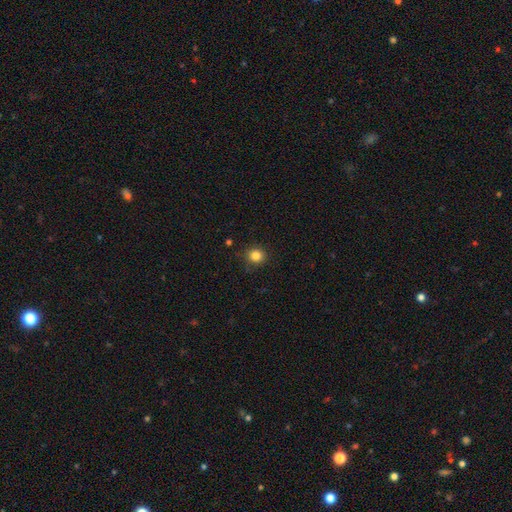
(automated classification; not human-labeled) smooth 84%, star or artifact 12%, featured or disk 4%. Down the decision tree: how rounded — round (90%); merging — none (88%).